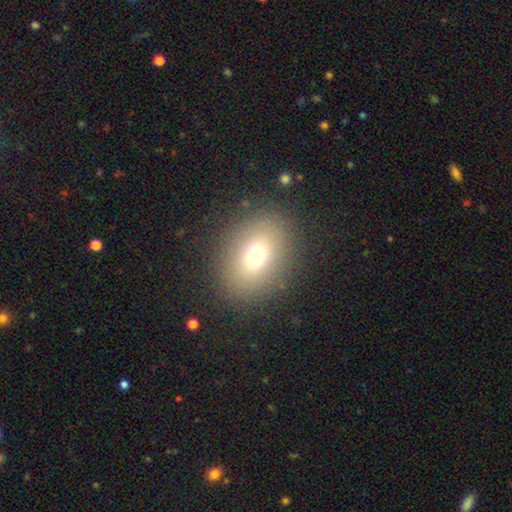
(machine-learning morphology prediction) smooth_or_featured: smooth (p=0.71) [alt: star or artifact p=0.16]
how_rounded: in between (p=0.59) [alt: round p=0.40]
merging: none (p=0.86) [alt: minor disturbance p=0.08]